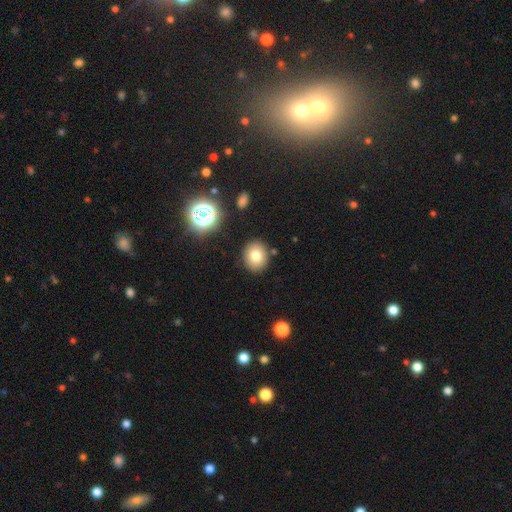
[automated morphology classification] A smooth galaxy with no disk features (78%) that is round (71%).

Vote fractions:
- Smooth or featured? smooth: 78% / star or artifact: 12% / featured or disk: 10%
- How rounded? round: 71% / in between: 28% / cigar-shaped: 1%
- Merging? none: 87% / minor disturbance: 8% / merger: 2% / major disturbance: 2%